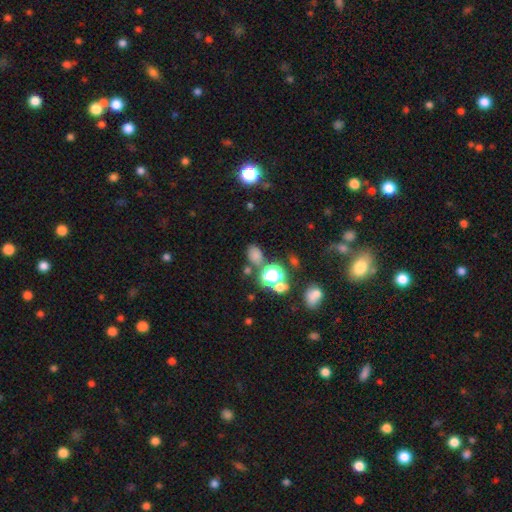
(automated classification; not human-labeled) smooth-or-featured: smooth: 66% | star or artifact: 27% | featured or disk: 7%
  how-rounded: in between: 57% | round: 42% | cigar-shaped: 2%
  merging: none: 67% | merger: 14% | minor disturbance: 13% | major disturbance: 5%